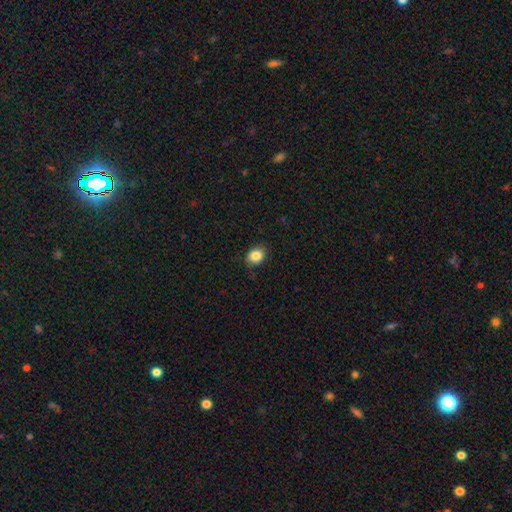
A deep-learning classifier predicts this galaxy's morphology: Smooth or featured? Predicted: smooth (p=0.86). How rounded? Predicted: in between (p=0.52). Merging? Predicted: none (p=0.87).